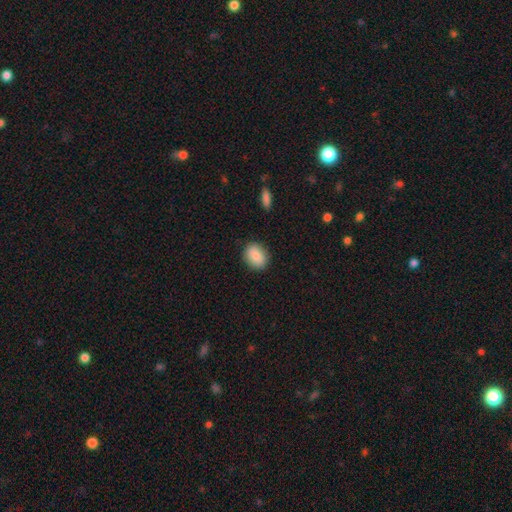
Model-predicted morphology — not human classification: This appears to be a smooth galaxy with no disk features (87%) that is in between round and cigar-shaped (61%). Merging: none (86%).